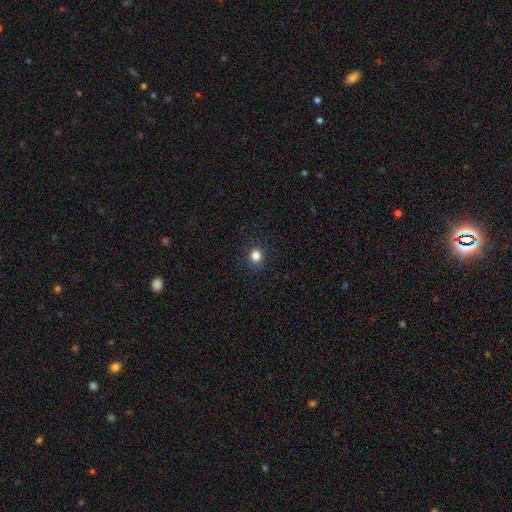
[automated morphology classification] Smooth or featured: smooth — 82% (star or artifact — 13%)
How rounded: round — 88% (in between — 11%)
Merging: none — 91% (minor disturbance — 6%)